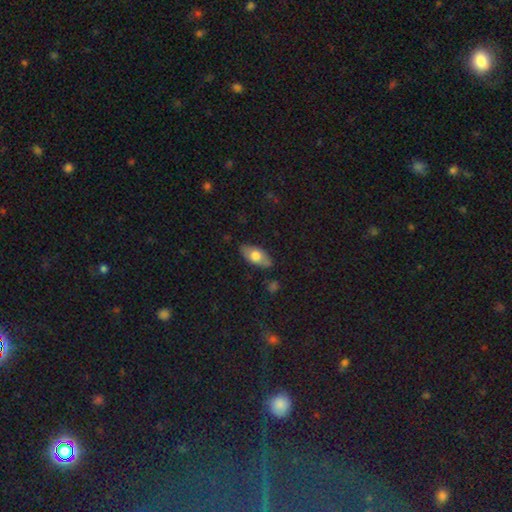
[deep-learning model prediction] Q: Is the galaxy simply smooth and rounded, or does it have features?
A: smooth — 67%.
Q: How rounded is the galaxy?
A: in between — 89%.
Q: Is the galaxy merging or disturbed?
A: none — 83%.